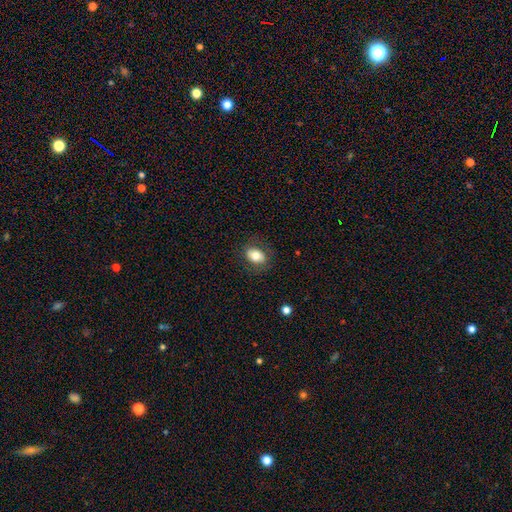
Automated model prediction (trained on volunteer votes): Overall: smooth (77%). How rounded: in between (77%). Merging: none (81%).